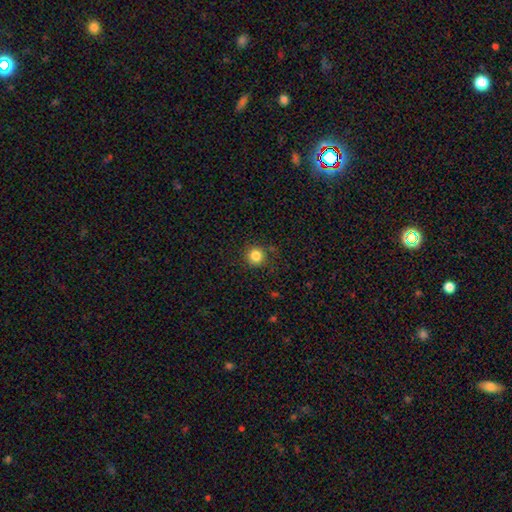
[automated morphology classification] A smooth galaxy with no disk features (84%) that is round (94%). Merging: none (86%).